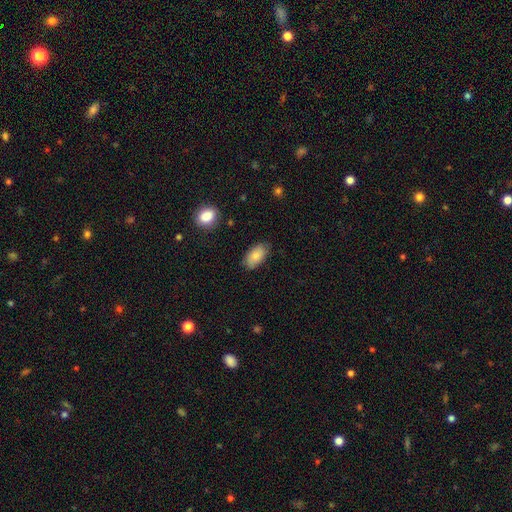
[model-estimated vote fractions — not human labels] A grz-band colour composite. It shows a smooth galaxy with no disk features (83%) that is in between round and cigar-shaped (94%). Merging: none (81%).